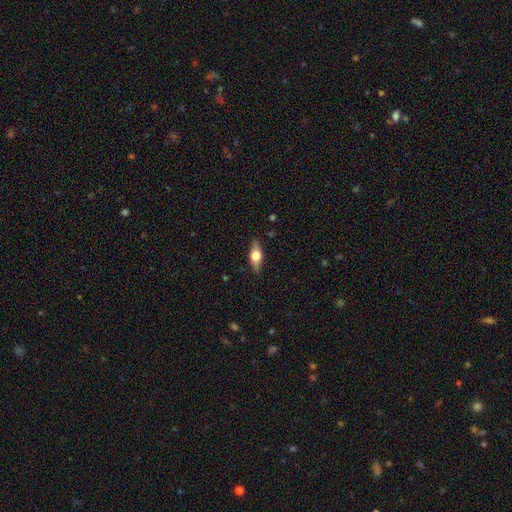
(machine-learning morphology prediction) Overall: smooth (48%; featured or disk 45%). Merging: none (86%).